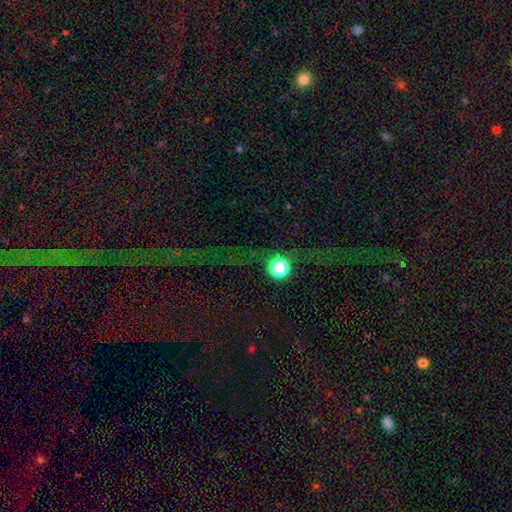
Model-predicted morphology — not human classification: Smooth or featured? Predicted: star or artifact (p=0.77).